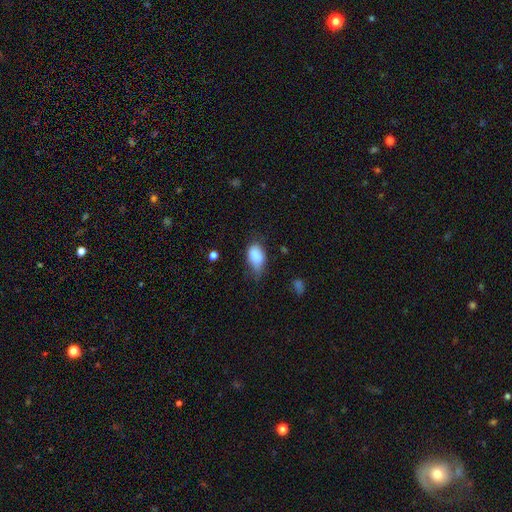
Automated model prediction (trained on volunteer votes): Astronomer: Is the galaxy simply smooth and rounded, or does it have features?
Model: smooth — 84%.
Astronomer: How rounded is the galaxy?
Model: in between — 89%.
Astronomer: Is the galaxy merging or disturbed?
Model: minor disturbance — 43% (runner-up: none, 35%).